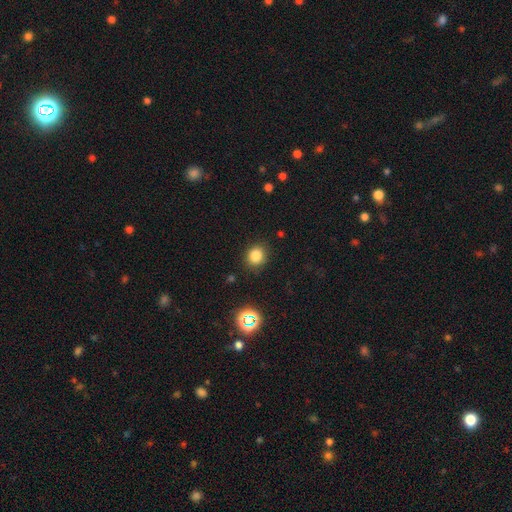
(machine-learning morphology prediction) Smooth or featured?
  - smooth: 81% *
  - star or artifact: 14%
  - featured or disk: 5%
How rounded?
  - round: 78% *
  - in between: 21%
  - cigar-shaped: 1%
Merging?
  - none: 87% *
  - minor disturbance: 9%
  - major disturbance: 3%
  - merger: 1%